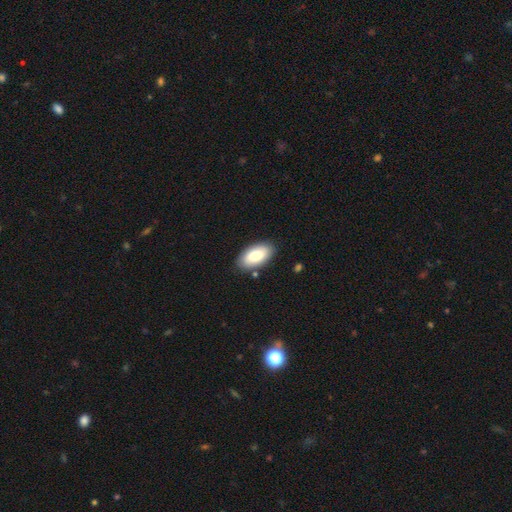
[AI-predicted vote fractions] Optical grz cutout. It shows a smooth galaxy with no disk features (81%) that is in between round and cigar-shaped (94%). Merging: none (85%).